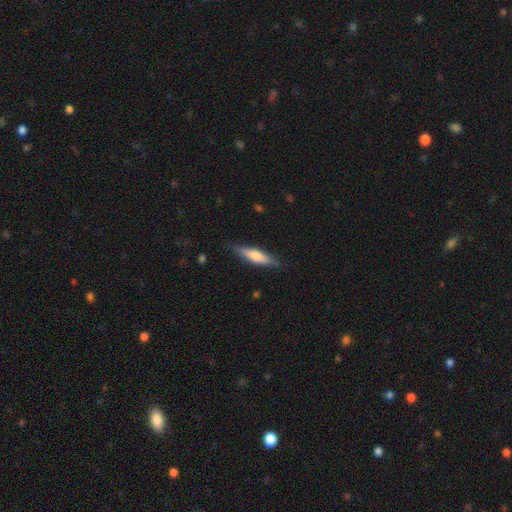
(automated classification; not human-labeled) Smooth or featured? Predicted: smooth (p=0.57). How rounded? Predicted: cigar-shaped (p=0.74). Merging? Predicted: none (p=0.85).